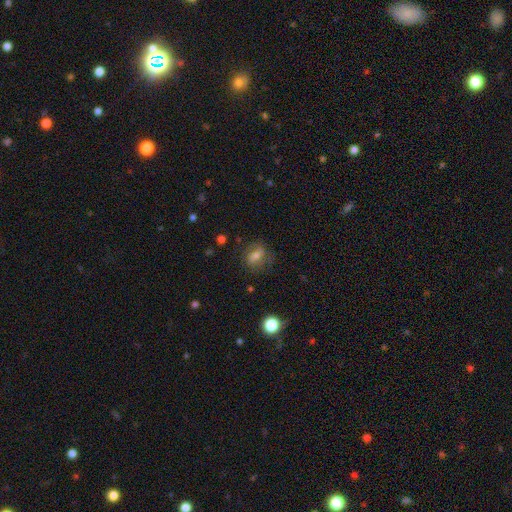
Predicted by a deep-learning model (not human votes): Smooth or featured: smooth — 54% (featured or disk — 32%)
How rounded: in between — 59% (round — 34%)
Merging: none — 72% (minor disturbance — 18%)